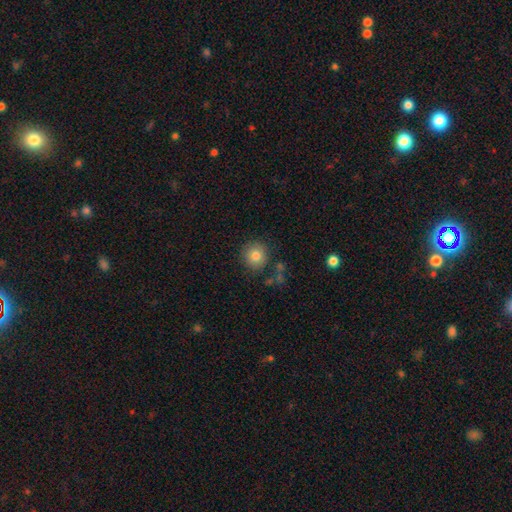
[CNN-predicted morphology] Q: Smooth or featured?
A: smooth (81%); runner-up: star or artifact (10%)
Q: How rounded?
A: round (92%); runner-up: in between (7%)
Q: Merging?
A: none (83%); runner-up: minor disturbance (10%)